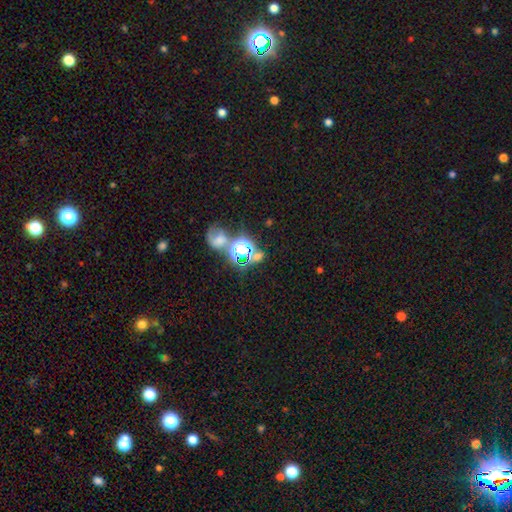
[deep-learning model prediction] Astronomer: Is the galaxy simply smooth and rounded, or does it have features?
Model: star or artifact — 58%.